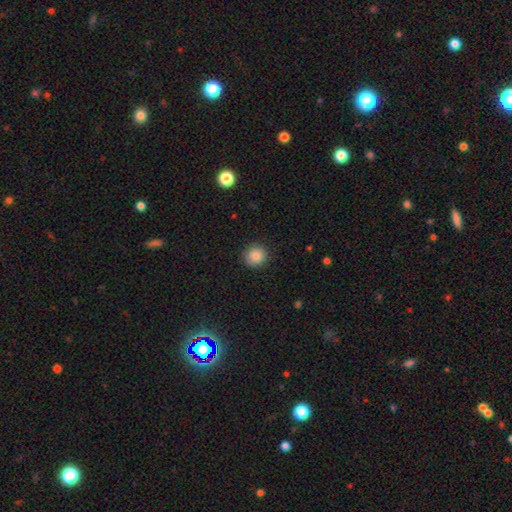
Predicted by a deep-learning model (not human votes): Morphology: type=smooth (86%); roundness=round (92%); merging=none (90%).